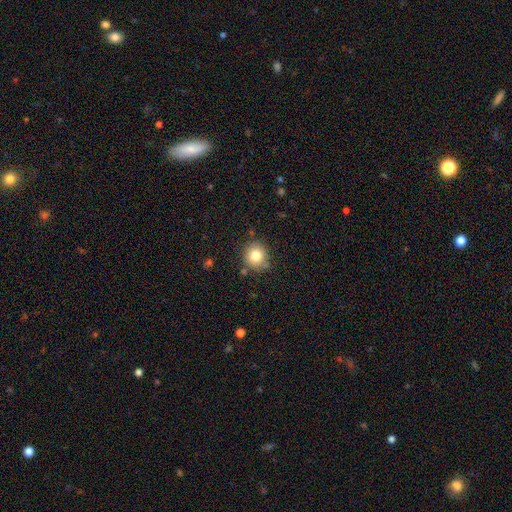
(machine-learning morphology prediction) Overall: smooth (80%). How rounded: round (88%). Merging: none (82%).